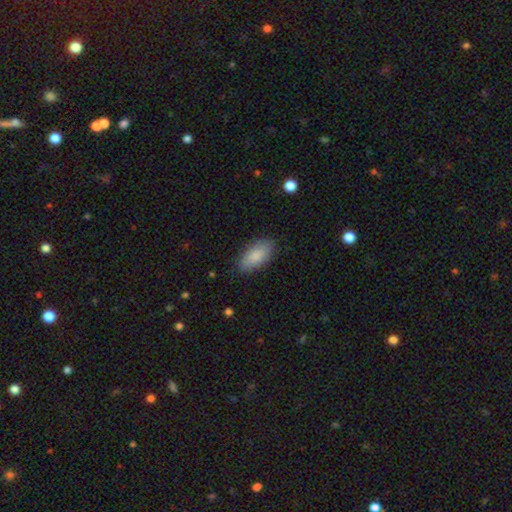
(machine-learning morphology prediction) type=smooth (86%); roundness=in between (90%); merging=none (84%).